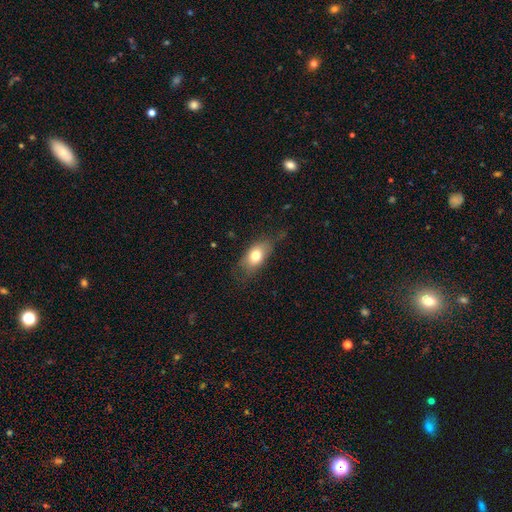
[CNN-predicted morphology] Smooth or featured? smooth (73%)
How rounded? in between (83%)
Merging? none (66%)